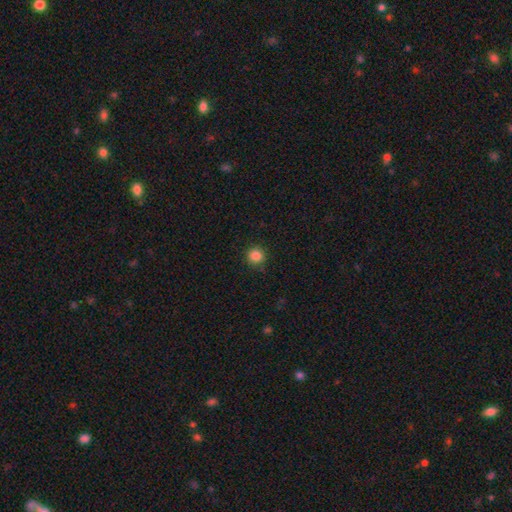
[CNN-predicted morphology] Smooth or featured? Predicted: smooth (p=0.85). How rounded? Predicted: round (p=0.95). Merging? Predicted: none (p=0.91).